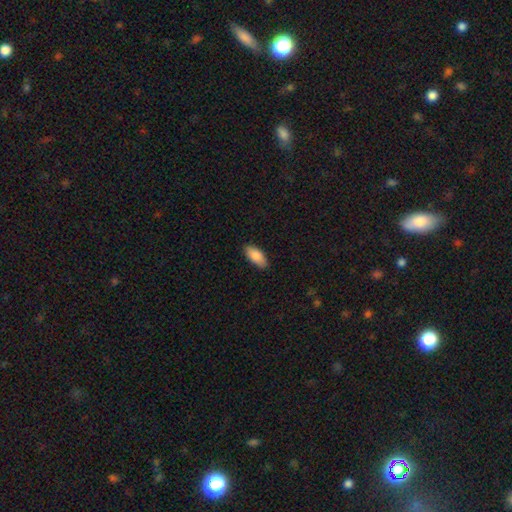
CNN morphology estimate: A smooth galaxy with no disk features (88%) that is in between round and cigar-shaped (89%). Merging: none (87%).